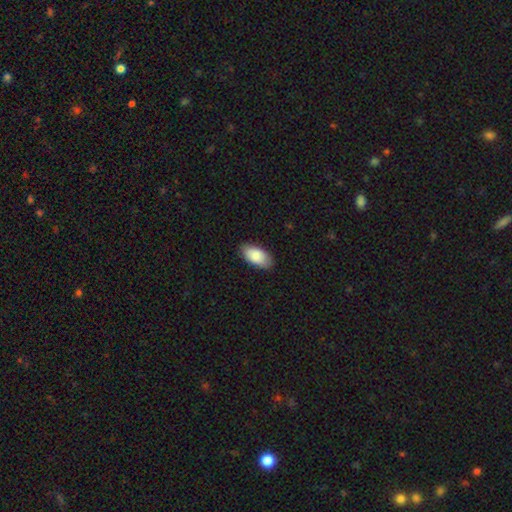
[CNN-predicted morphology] type=smooth (86%); roundness=in between (95%); merging=none (84%).